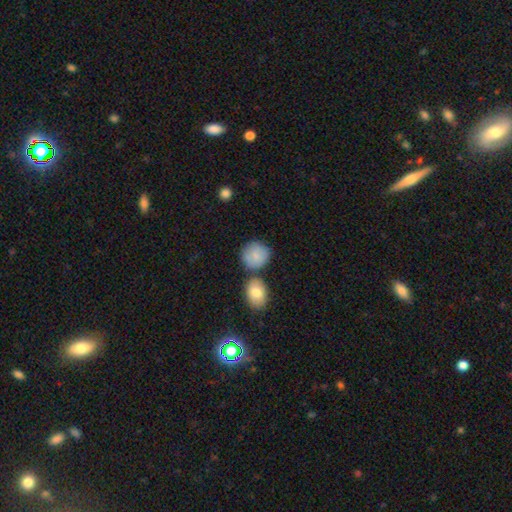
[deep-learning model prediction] smooth-or-featured: smooth: 84% | featured or disk: 9% | star or artifact: 7%
  how-rounded: round: 83% | in between: 16% | cigar-shaped: 1%
  merging: none: 65% | merger: 17% | minor disturbance: 14% | major disturbance: 4%